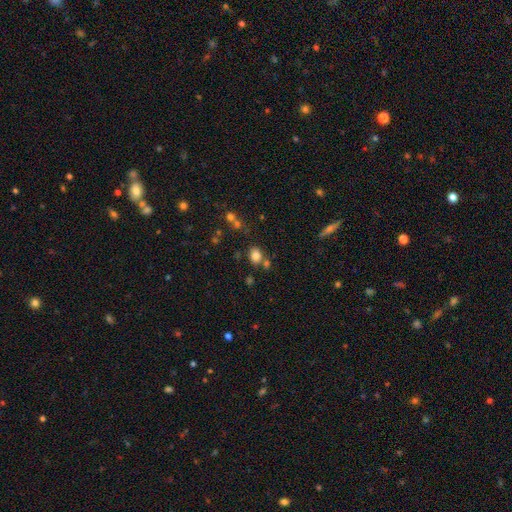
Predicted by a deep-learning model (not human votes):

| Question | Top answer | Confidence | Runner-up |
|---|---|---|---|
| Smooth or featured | smooth | 80% | star or artifact (13%) |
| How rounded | in between | 62% | round (37%) |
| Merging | none | 68% | merger (16%) |